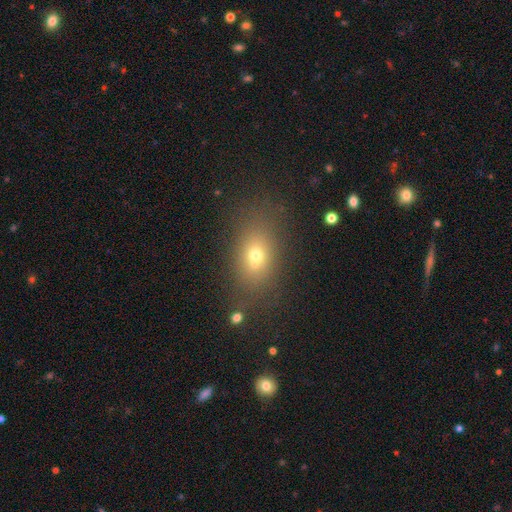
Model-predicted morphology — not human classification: Overall: smooth (65%). How rounded: in between (71%). Merging: none (77%).